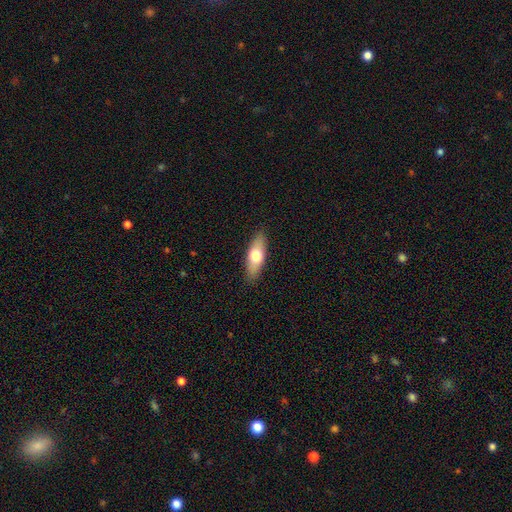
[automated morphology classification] This appears to be a smooth galaxy with no disk features (63%) that is in between round and cigar-shaped (65%). Merging: none (88%).